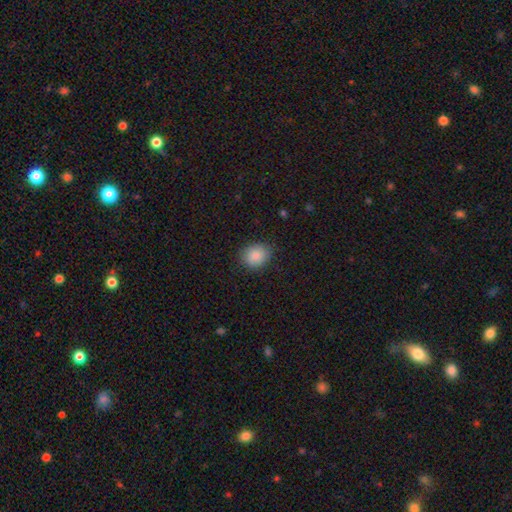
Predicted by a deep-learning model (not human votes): smooth 87%, star or artifact 8%, featured or disk 5%. Down the decision tree: how rounded — round (59%); merging — none (84%).